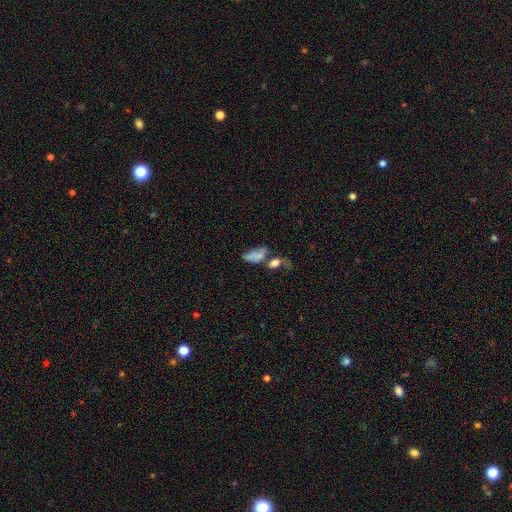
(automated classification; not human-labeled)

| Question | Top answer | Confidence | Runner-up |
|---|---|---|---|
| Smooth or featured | smooth | 68% | featured or disk (20%) |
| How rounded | in between | 86% | round (8%) |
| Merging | merger | 47% | major disturbance (22%) |